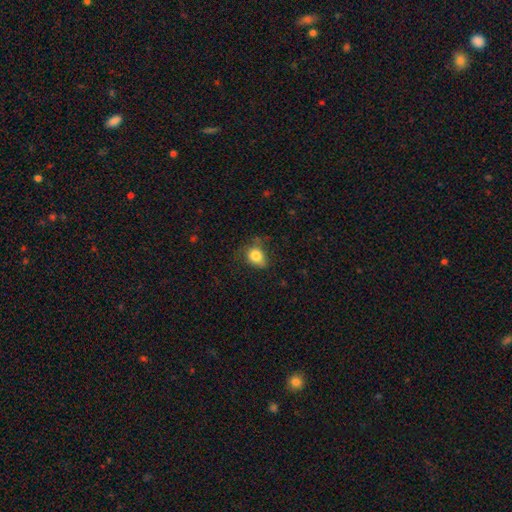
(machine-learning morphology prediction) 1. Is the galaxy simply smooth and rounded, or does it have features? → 82% smooth, 10% star or artifact, 8% featured or disk.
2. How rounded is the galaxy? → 53% in between, 46% round, 1% cigar-shaped.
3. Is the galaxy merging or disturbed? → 57% none, 30% minor disturbance, 11% major disturbance, 2% merger.